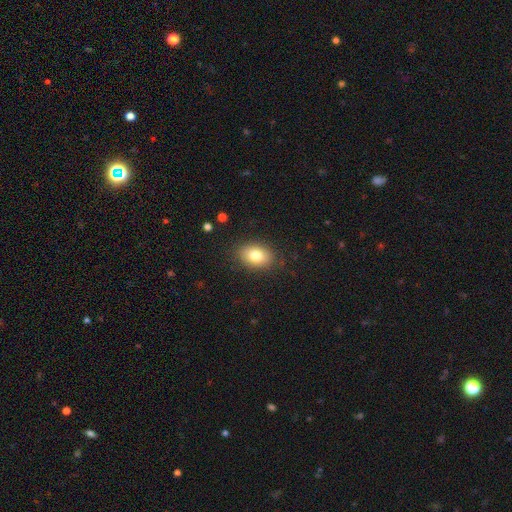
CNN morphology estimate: smooth 80%, featured or disk 12%, star or artifact 9%. Down the decision tree: how rounded — in between (78%); merging — none (86%).